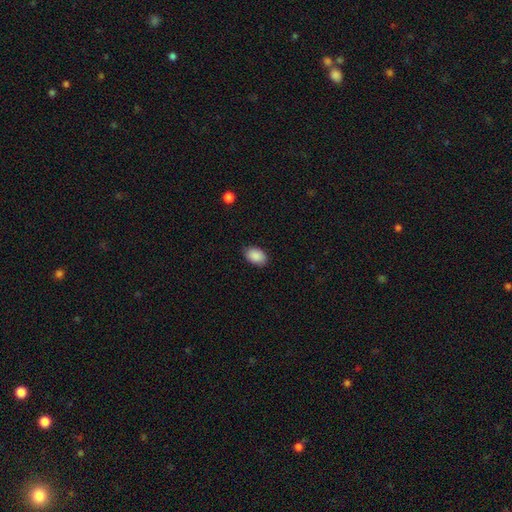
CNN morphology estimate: Smooth or featured: smooth — 90% (star or artifact — 7%)
How rounded: in between — 89% (round — 10%)
Merging: none — 87% (minor disturbance — 10%)